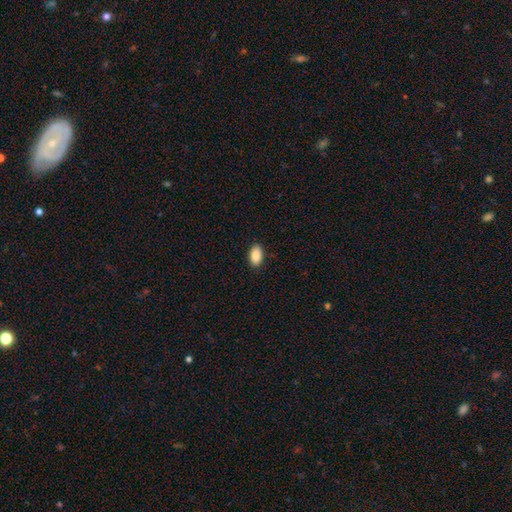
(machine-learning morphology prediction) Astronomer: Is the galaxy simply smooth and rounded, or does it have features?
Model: smooth — 87%.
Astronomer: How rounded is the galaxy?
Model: in between — 93%.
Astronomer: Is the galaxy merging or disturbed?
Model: none — 89%.